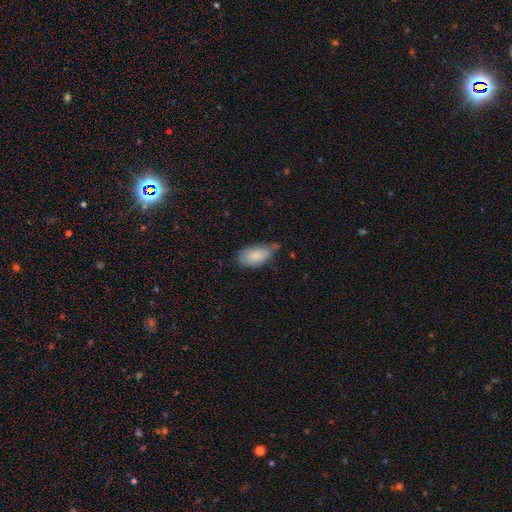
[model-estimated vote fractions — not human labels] Q: Smooth or featured?
A: smooth (84%); runner-up: featured or disk (9%)
Q: How rounded?
A: in between (93%); runner-up: cigar-shaped (4%)
Q: Merging?
A: none (45%); runner-up: minor disturbance (42%)